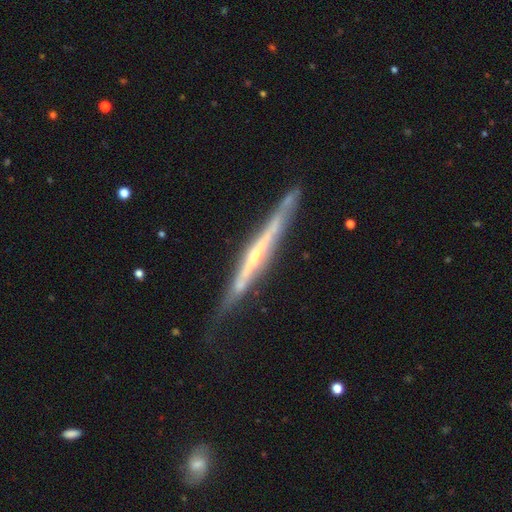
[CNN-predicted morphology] Smooth or featured? Predicted: featured or disk (p=0.84). Edge-on disk? Predicted: yes (p=0.96). Edge-on bulge? Predicted: rounded (p=0.62). Merging? Predicted: none (p=0.74).